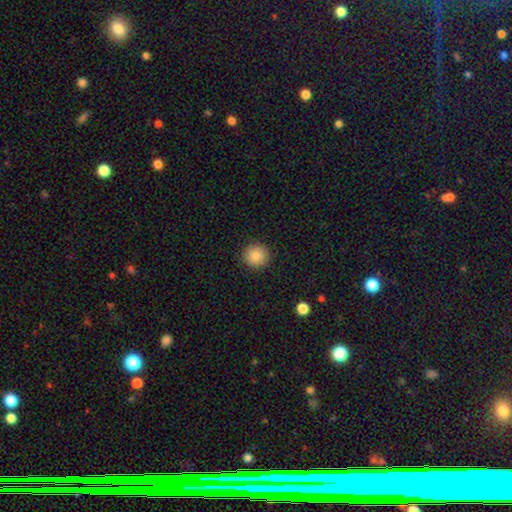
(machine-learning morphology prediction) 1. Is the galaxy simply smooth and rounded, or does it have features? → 85% smooth, 10% star or artifact, 5% featured or disk.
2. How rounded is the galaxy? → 94% round, 6% in between, 1% cigar-shaped.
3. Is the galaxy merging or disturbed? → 92% none, 5% minor disturbance, 2% major disturbance, 1% merger.